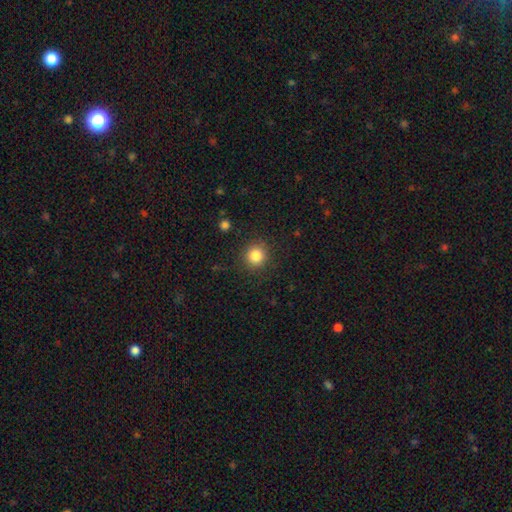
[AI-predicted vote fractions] Morphology: type=smooth (84%); roundness=round (92%); merging=none (89%).